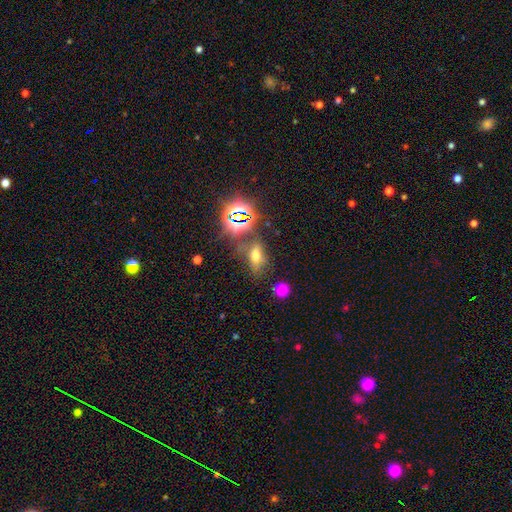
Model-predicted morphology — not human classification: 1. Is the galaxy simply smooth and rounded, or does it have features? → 52% smooth, 32% star or artifact, 16% featured or disk.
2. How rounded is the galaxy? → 75% in between, 14% round, 12% cigar-shaped.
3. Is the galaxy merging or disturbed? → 60% none, 18% minor disturbance, 11% merger, 11% major disturbance.